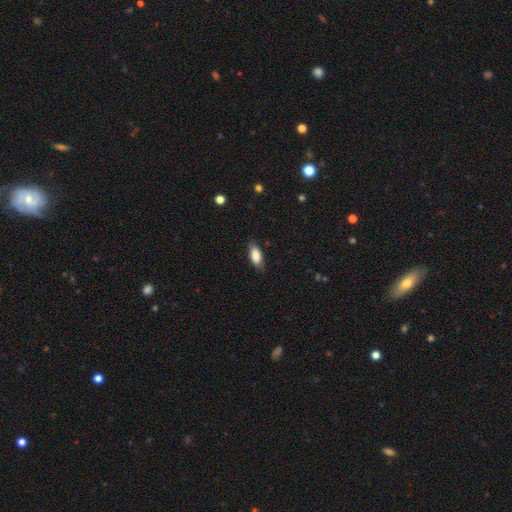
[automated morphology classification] This appears to be a smooth galaxy with no disk features (84%) that is in between round and cigar-shaped (82%). Merging: none (81%).